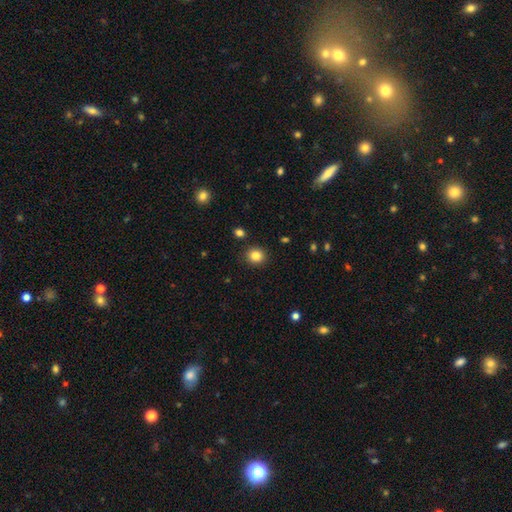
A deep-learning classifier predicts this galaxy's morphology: This is clearly a smooth galaxy (84%). How rounded: clearly round (86%). Merging: clearly none (90%).